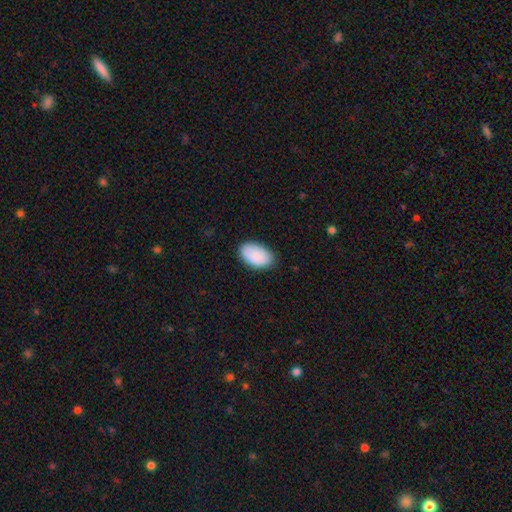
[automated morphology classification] A smooth galaxy with no disk features (89%) that is in between round and cigar-shaped (94%). Merging: none (84%).